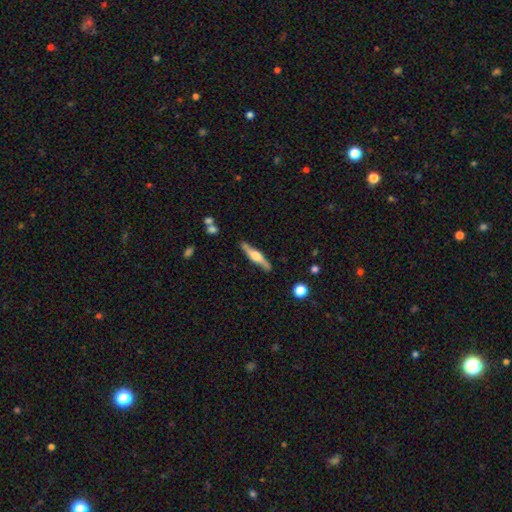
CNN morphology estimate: featured or disk 67%, smooth 28%, star or artifact 5%. Down the decision tree: edge-on disk — yes (94%); edge-on bulge — rounded (84%); merging — none (84%).